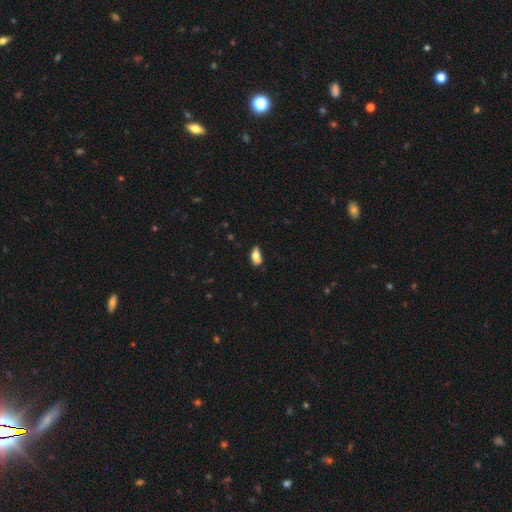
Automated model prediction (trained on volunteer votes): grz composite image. It shows a smooth galaxy with no disk features (73%) that is in between round and cigar-shaped (89%). Merging: none (61%).